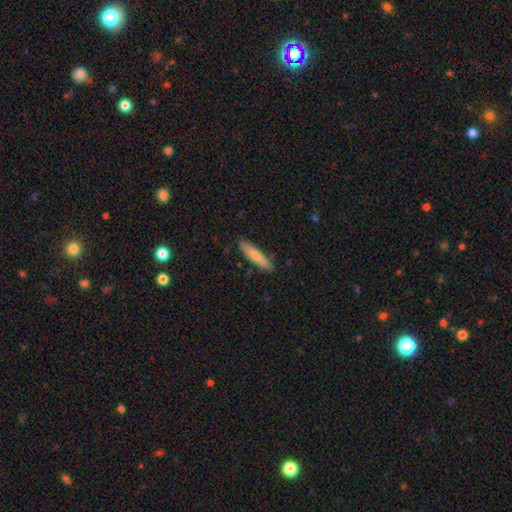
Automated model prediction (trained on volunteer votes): Smooth or featured?
  - smooth: 77% *
  - featured or disk: 18%
  - star or artifact: 5%
How rounded?
  - cigar-shaped: 83% *
  - in between: 16%
  - round: 1%
Merging?
  - none: 87% *
  - minor disturbance: 10%
  - major disturbance: 2%
  - merger: 1%